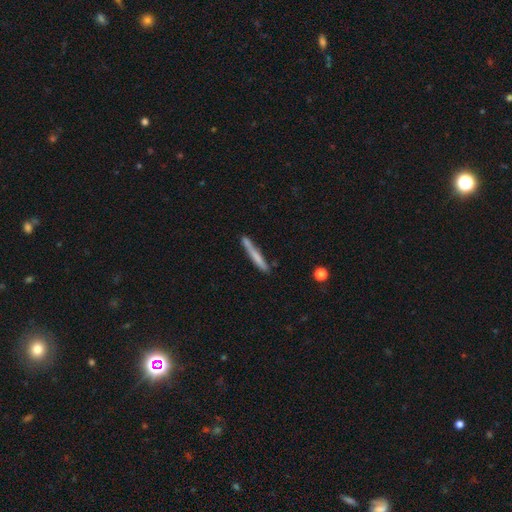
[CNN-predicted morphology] type=smooth (61%); roundness=cigar-shaped (96%); merging=none (78%).